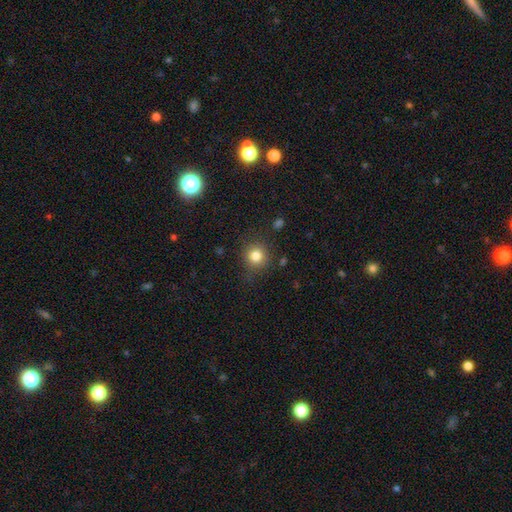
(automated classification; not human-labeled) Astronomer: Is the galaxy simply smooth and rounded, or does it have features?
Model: smooth — 82%.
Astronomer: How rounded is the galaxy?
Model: round — 91%.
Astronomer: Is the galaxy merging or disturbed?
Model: none — 84%.